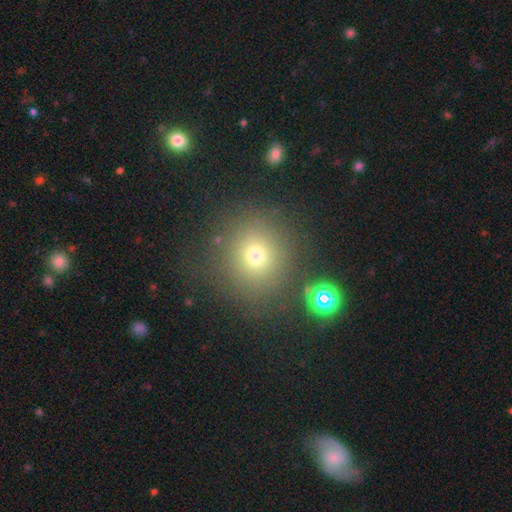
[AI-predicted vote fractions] Smooth or featured: smooth — 71% (star or artifact — 19%)
How rounded: round — 88% (in between — 11%)
Merging: none — 82% (minor disturbance — 9%)